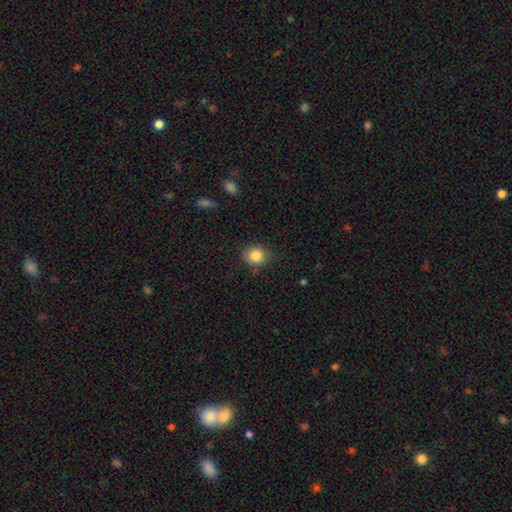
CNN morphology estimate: Smooth or featured? Predicted: smooth (p=0.85). How rounded? Predicted: round (p=0.78). Merging? Predicted: none (p=0.82).